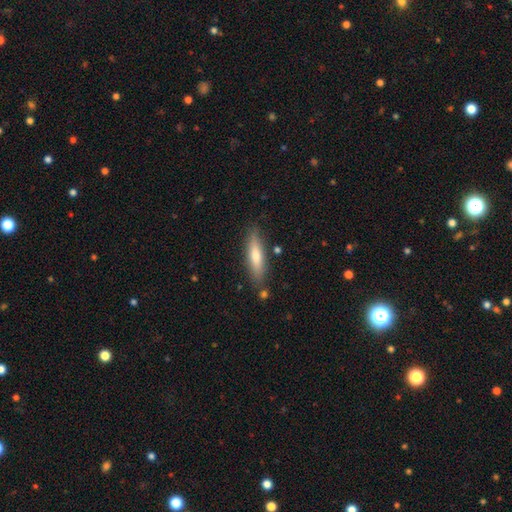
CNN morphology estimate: type=smooth (64%); roundness=cigar-shaped (76%); merging=none (83%).